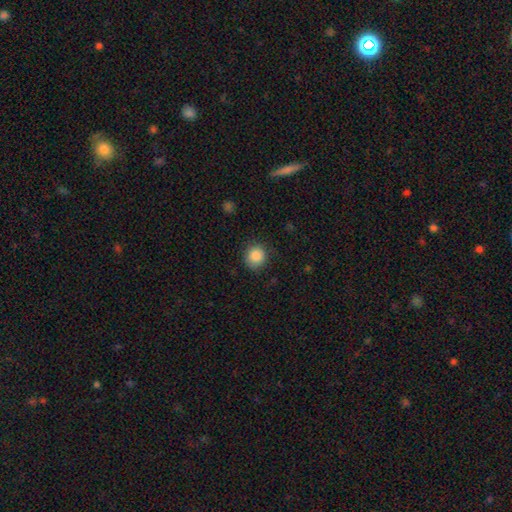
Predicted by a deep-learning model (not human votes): This appears to be a smooth galaxy with no disk features (86%) that is round (87%). Merging: none (84%).